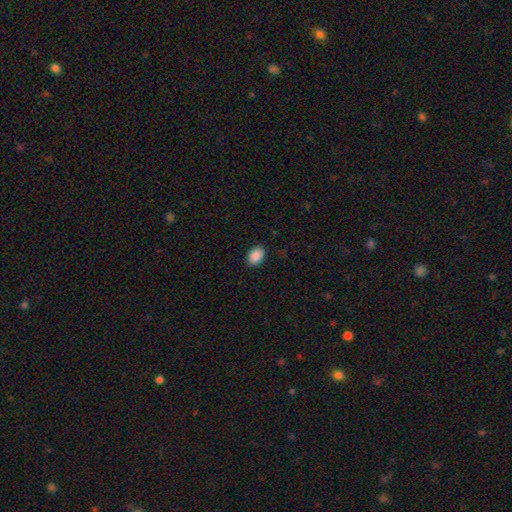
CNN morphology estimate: Q: Smooth or featured?
A: smooth (90%); runner-up: star or artifact (7%)
Q: How rounded?
A: in between (85%); runner-up: round (14%)
Q: Merging?
A: none (89%); runner-up: minor disturbance (8%)